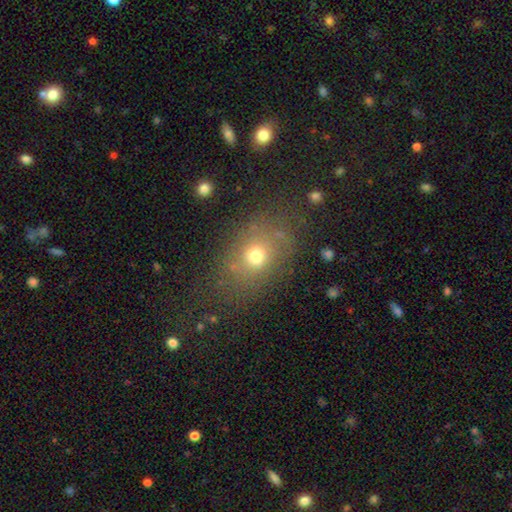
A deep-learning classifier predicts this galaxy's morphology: Smooth or featured: smooth — 67% (star or artifact — 17%)
How rounded: in between — 58% (round — 40%)
Merging: none — 71% (minor disturbance — 16%)